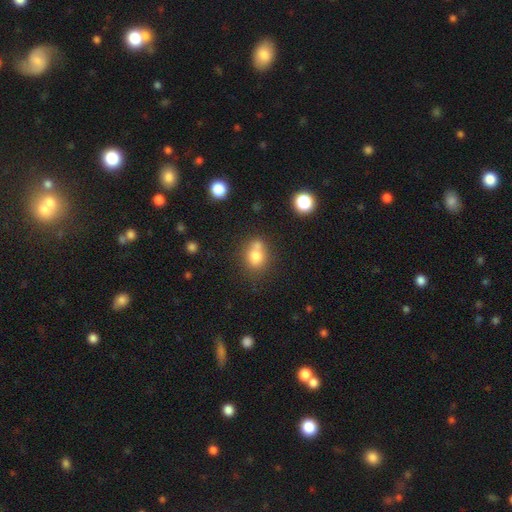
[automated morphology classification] smooth-or-featured: smooth: 75% | featured or disk: 13% | star or artifact: 12%
  how-rounded: round: 57% | in between: 41% | cigar-shaped: 1%
  merging: none: 47% | merger: 33% | minor disturbance: 15% | major disturbance: 5%